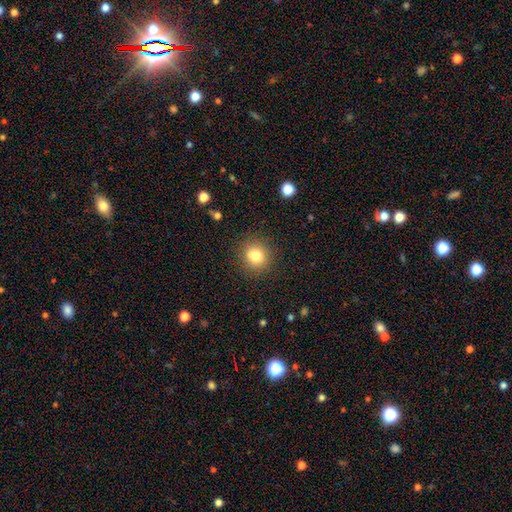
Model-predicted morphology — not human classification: smooth 77%, star or artifact 13%, featured or disk 10%. Down the decision tree: how rounded — round (87%); merging — none (78%).